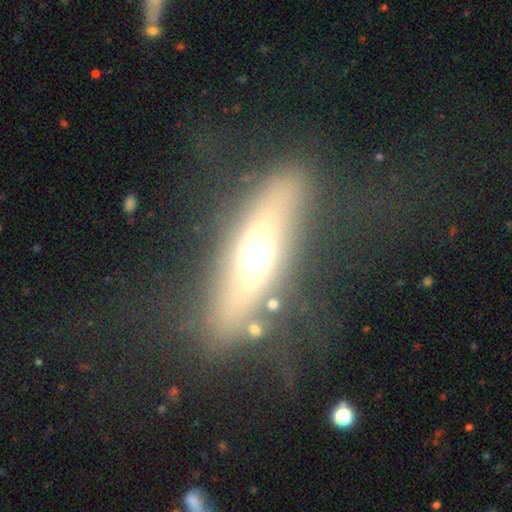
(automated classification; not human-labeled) A featured or disk galaxy (60%) viewed edge-on (65%).

Vote fractions:
- Smooth or featured? featured or disk: 60% / smooth: 31% / star or artifact: 9%
- Edge-on disk? yes: 65% / no: 35%
- Merging? none: 70% / minor disturbance: 15% / major disturbance: 11% / merger: 3%